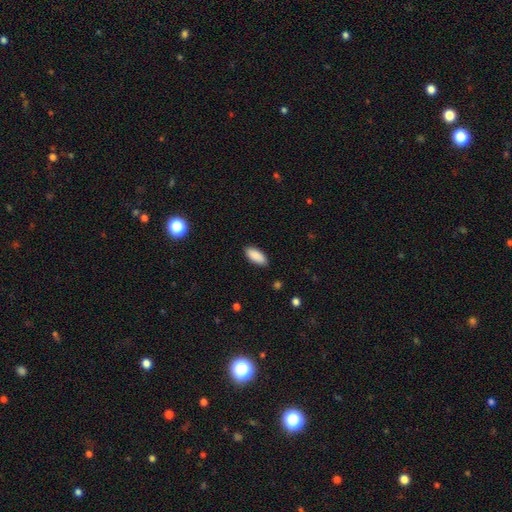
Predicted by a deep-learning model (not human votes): Overall: smooth (89%). How rounded: in between (87%). Merging: none (88%).